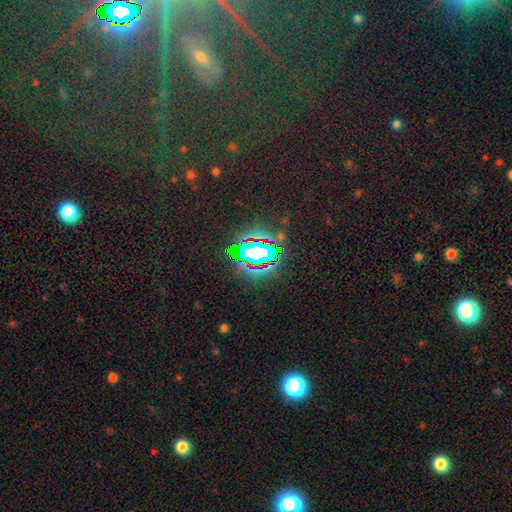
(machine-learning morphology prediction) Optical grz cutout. It shows a star or artifact, not a galaxy (64%).